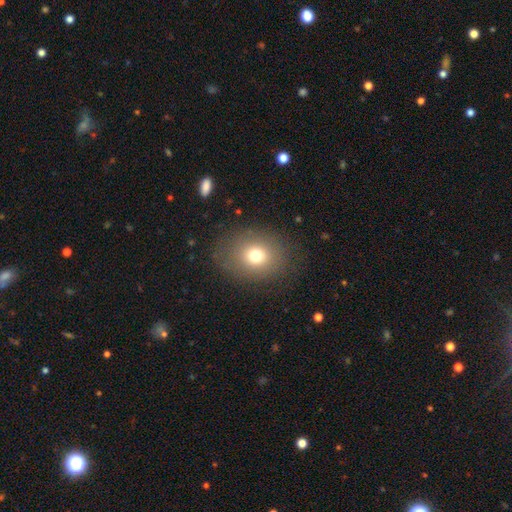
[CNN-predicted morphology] Smooth or featured: smooth — 73% (star or artifact — 14%)
How rounded: round — 59% (in between — 40%)
Merging: none — 82% (minor disturbance — 11%)